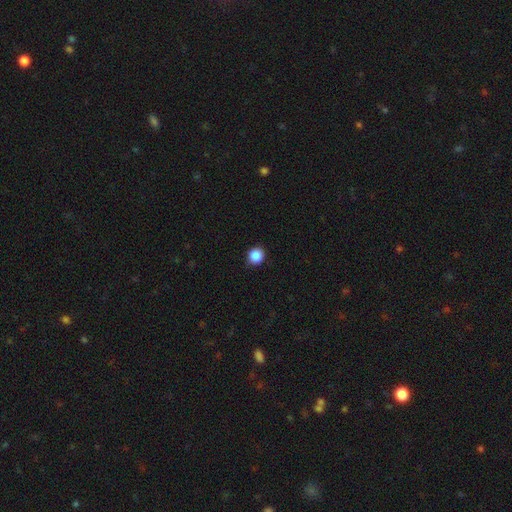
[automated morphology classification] smooth-or-featured: smooth: 88% | star or artifact: 10% | featured or disk: 2%
  how-rounded: round: 88% | in between: 11% | cigar-shaped: 1%
  merging: none: 89% | minor disturbance: 8% | major disturbance: 2% | merger: 1%